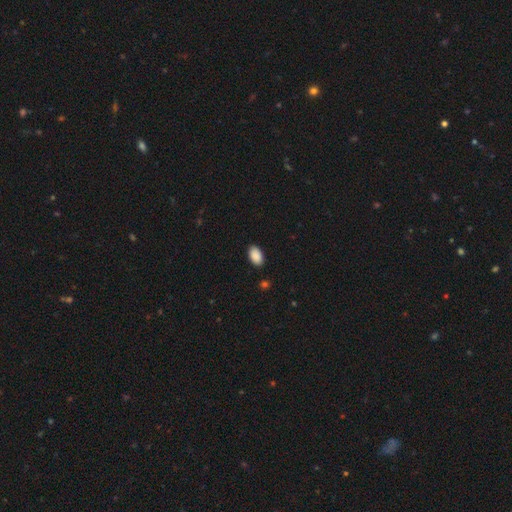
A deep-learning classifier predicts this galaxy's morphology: The model was most divided on "merging": none: 89%, minor disturbance: 8%, major disturbance: 2%, merger: 1%. More confident: how rounded — in between (94%); smooth or featured — smooth (90%).